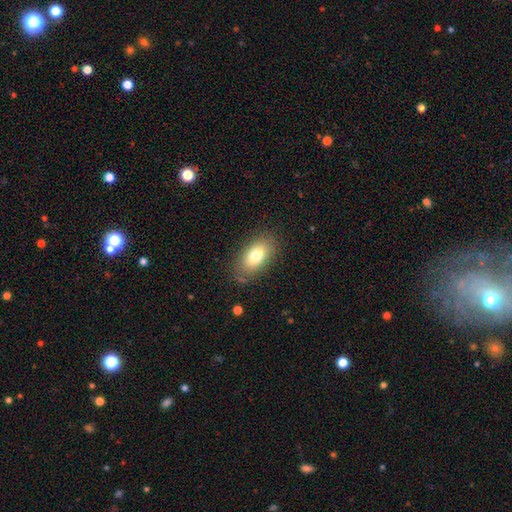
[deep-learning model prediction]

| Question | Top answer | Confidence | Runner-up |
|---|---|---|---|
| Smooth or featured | smooth | 76% | featured or disk (16%) |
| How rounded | in between | 90% | round (5%) |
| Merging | none | 81% | minor disturbance (13%) |